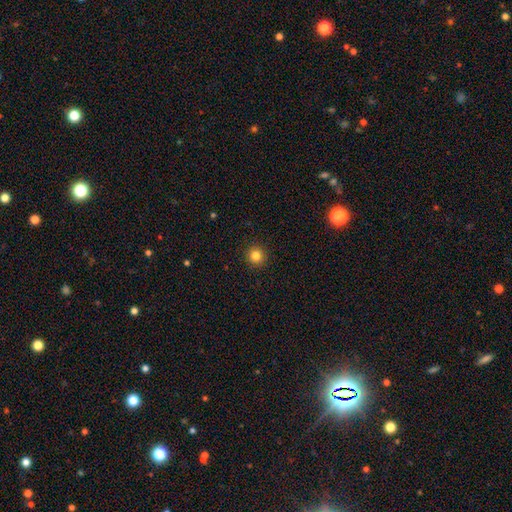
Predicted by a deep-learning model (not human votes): smooth_or_featured: smooth (p=0.83) [alt: star or artifact p=0.12]
how_rounded: round (p=0.95) [alt: in between p=0.04]
merging: none (p=0.93) [alt: minor disturbance p=0.04]